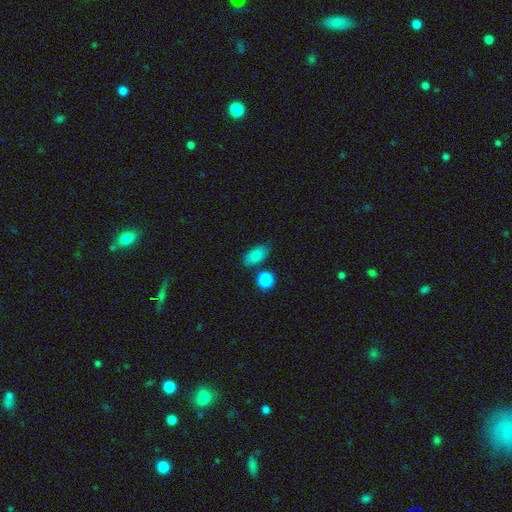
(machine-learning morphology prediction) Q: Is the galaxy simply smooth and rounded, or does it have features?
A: smooth — 83%.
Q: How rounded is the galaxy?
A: in between — 87%.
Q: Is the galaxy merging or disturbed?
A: none — 72%.